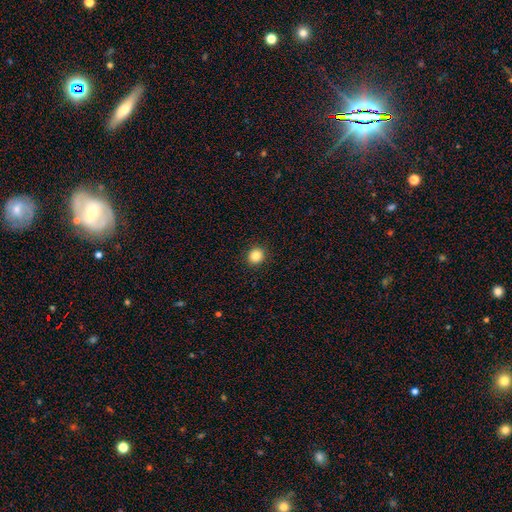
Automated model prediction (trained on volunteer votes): smooth 86%, star or artifact 10%, featured or disk 4%. Down the decision tree: how rounded — round (85%); merging — none (92%).